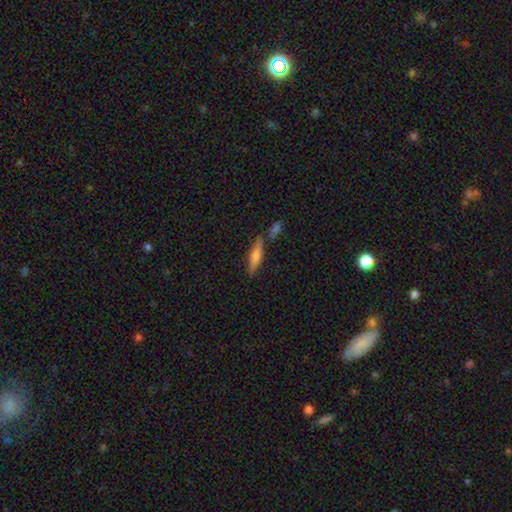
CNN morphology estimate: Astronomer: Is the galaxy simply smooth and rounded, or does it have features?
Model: smooth — 62%.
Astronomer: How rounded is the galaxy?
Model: cigar-shaped — 73%.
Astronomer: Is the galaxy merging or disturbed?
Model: none — 65%.